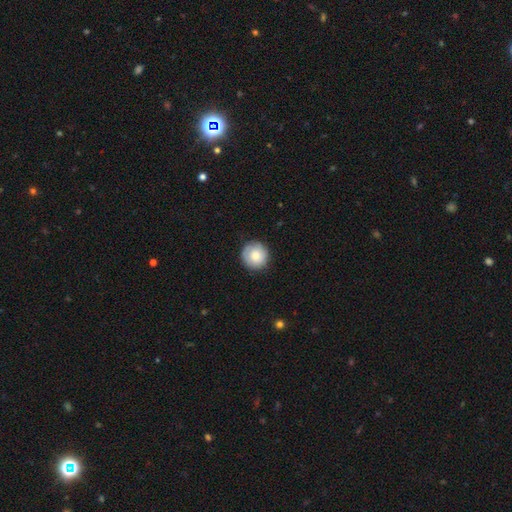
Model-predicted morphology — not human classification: The model was most divided on "smooth or featured": smooth: 78%, featured or disk: 15%, star or artifact: 7%. More confident: how rounded — round (95%); merging — none (87%).